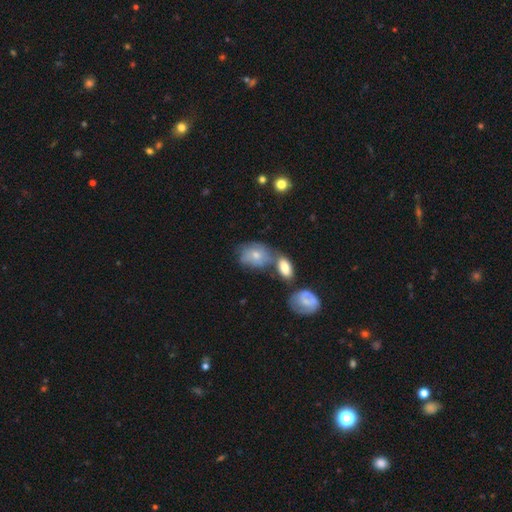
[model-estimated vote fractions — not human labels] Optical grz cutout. It shows a smooth galaxy with no disk features (57%) that is in between round and cigar-shaped (69%). Merging: none (36%).